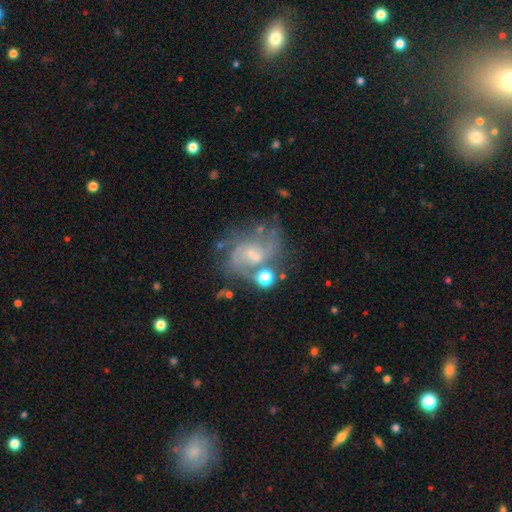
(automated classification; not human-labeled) This appears to be a featured or disk galaxy (71%) with no bar (51%), 2 (47%) medium (47%) spiral arms (86%) and a small central bulge (53%). Merging: none (59%).